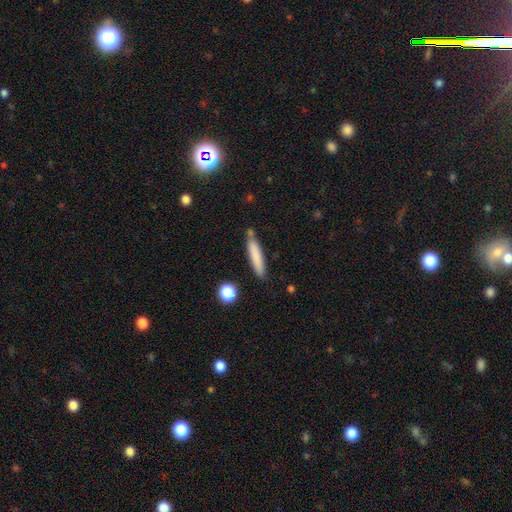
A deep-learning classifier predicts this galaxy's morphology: This is likely a smooth galaxy (79%). How rounded: clearly cigar-shaped (88%). Merging: likely none (77%).